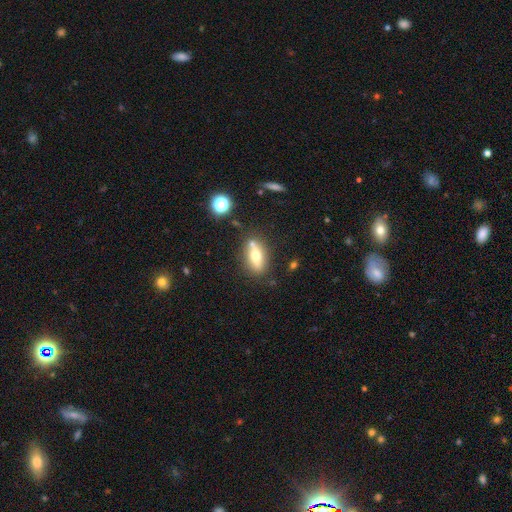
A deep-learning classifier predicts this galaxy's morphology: Q: Smooth or featured?
A: smooth (51%); runner-up: featured or disk (39%)
Q: How rounded?
A: in between (64%); runner-up: cigar-shaped (31%)
Q: Merging?
A: none (74%); runner-up: minor disturbance (13%)